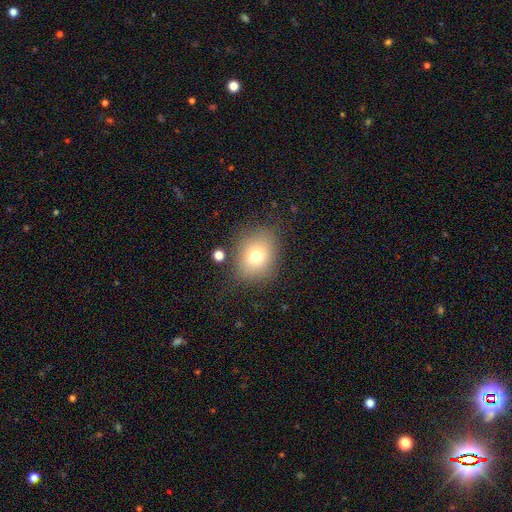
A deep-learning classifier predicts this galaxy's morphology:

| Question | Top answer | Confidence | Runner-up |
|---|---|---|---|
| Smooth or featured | smooth | 73% | featured or disk (14%) |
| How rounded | round | 52% | in between (47%) |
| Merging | none | 78% | minor disturbance (13%) |